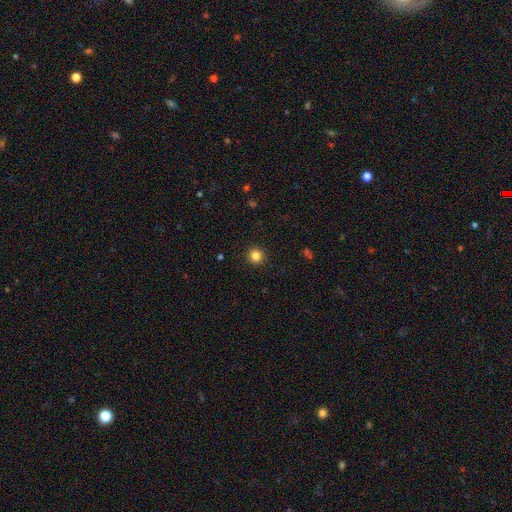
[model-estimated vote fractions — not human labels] Smooth or featured? smooth (83%)
How rounded? round (93%)
Merging? none (93%)